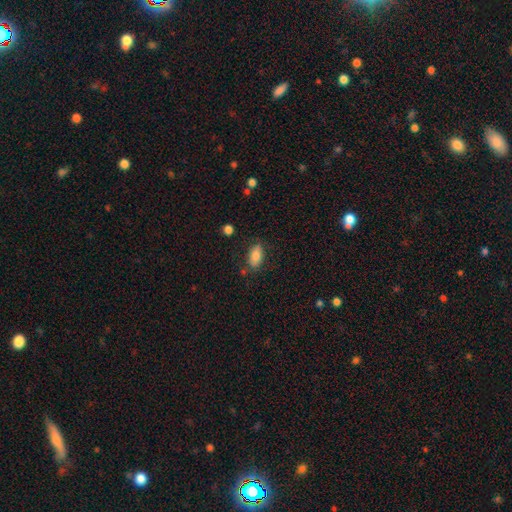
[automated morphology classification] type=smooth (81%); roundness=in between (90%); merging=none (78%).